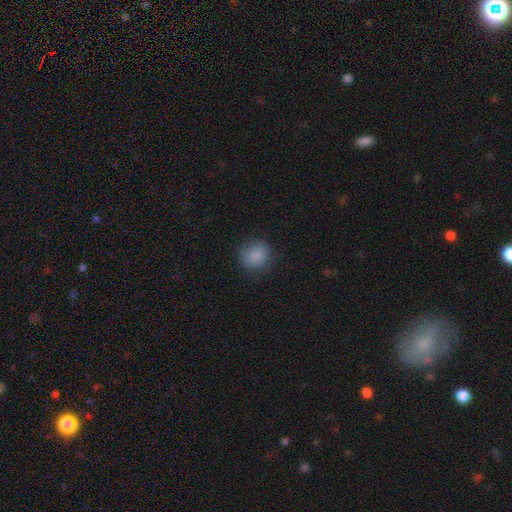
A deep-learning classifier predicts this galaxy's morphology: The model was most divided on "how rounded": round: 82%, in between: 17%, cigar-shaped: 1%. More confident: smooth or featured — smooth (85%); merging — none (82%).